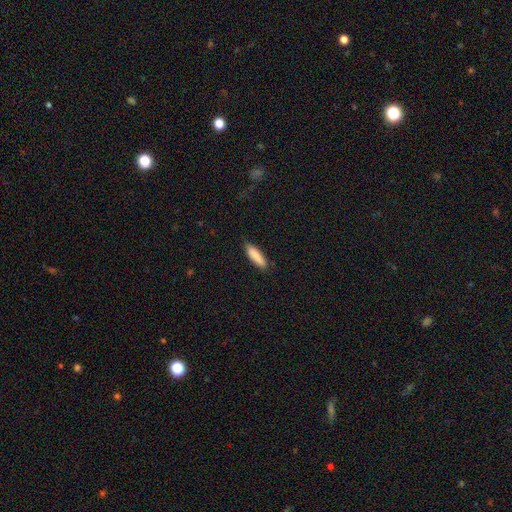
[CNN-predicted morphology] Smooth or featured: smooth — 88% (featured or disk — 6%)
How rounded: cigar-shaped — 66% (in between — 32%)
Merging: none — 86% (minor disturbance — 10%)